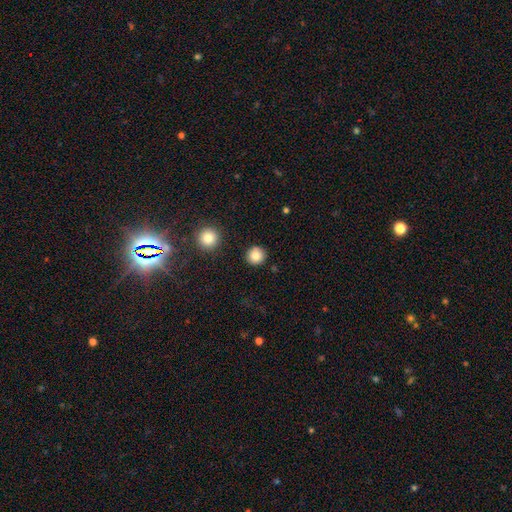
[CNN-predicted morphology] Smooth or featured?
  - smooth: 84% *
  - star or artifact: 10%
  - featured or disk: 5%
How rounded?
  - round: 95% *
  - in between: 4%
  - cigar-shaped: 1%
Merging?
  - none: 91% *
  - minor disturbance: 5%
  - major disturbance: 2%
  - merger: 2%